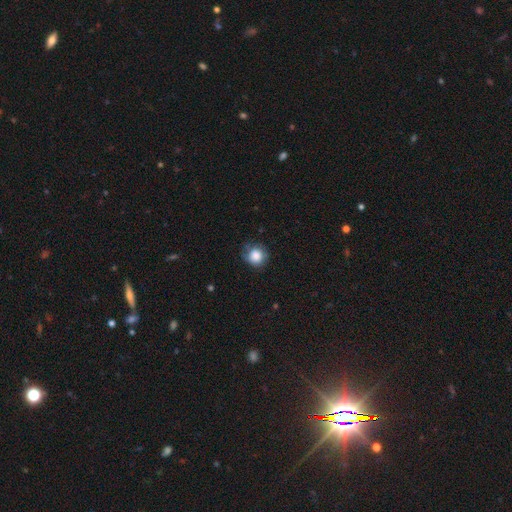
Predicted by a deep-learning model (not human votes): A smooth galaxy with no disk features (84%) that is round (88%). Merging: none (69%).